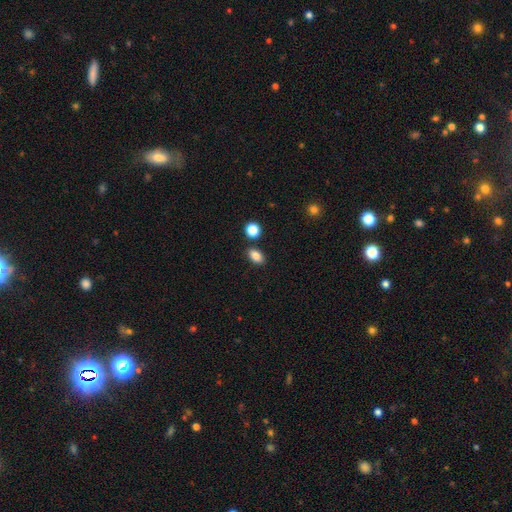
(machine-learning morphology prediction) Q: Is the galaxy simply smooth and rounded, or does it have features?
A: smooth — 85%.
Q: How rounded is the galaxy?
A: in between — 84%.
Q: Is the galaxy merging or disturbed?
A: none — 83%.